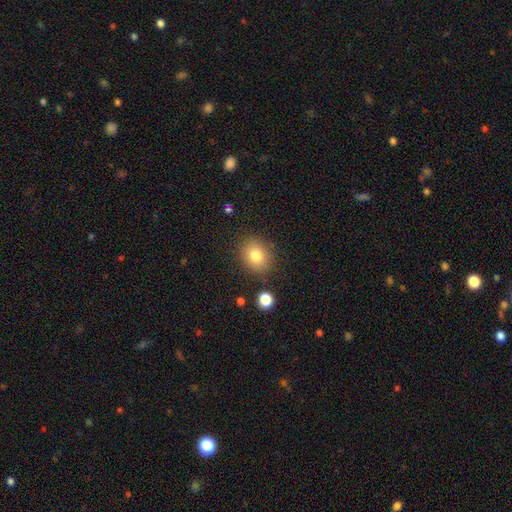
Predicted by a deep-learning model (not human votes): Overall: smooth (81%). How rounded: round (63%; in between 37%). Merging: none (84%).